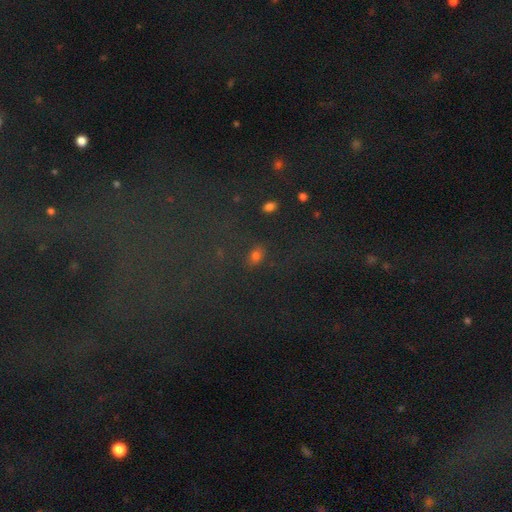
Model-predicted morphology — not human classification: Smooth or featured: smooth — 49% (star or artifact — 40%)
Merging: none — 72% (minor disturbance — 14%)